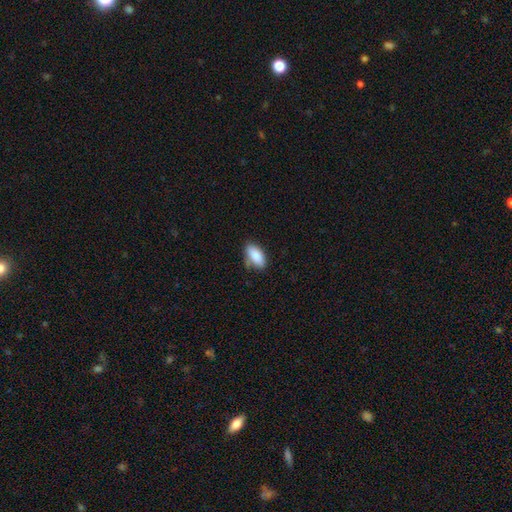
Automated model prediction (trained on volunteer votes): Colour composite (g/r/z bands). It shows a smooth galaxy with no disk features (87%) that is in between round and cigar-shaped (90%). Merging: none (70%).